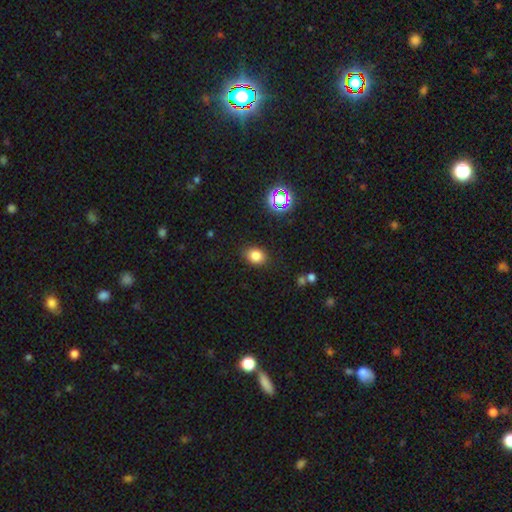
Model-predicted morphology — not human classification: Smooth or featured? smooth (81%)
How rounded? in between (59%)
Merging? none (86%)